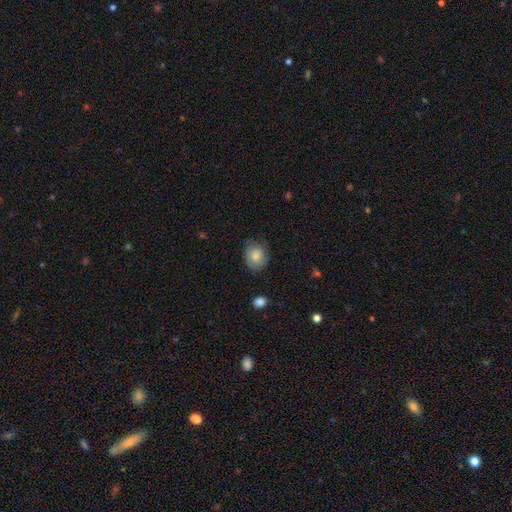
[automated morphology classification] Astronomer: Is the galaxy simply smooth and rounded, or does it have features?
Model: smooth — 76%.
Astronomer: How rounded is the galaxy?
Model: round — 61% (runner-up: in between, 38%).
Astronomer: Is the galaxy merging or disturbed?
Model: none — 69%.